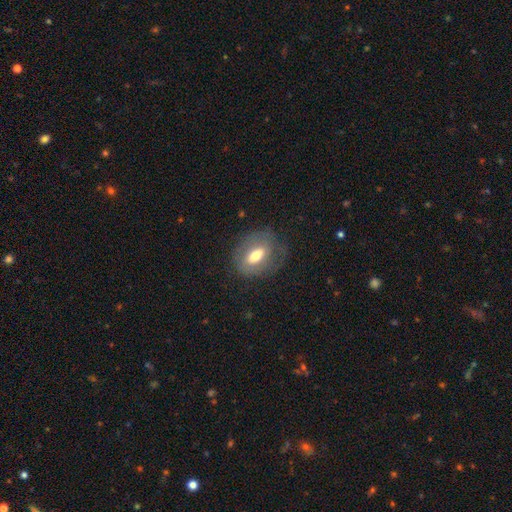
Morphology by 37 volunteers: This appears to be a smooth galaxy with no disk features (54%) that is in between round and cigar-shaped (75%). Merging: none (74%).